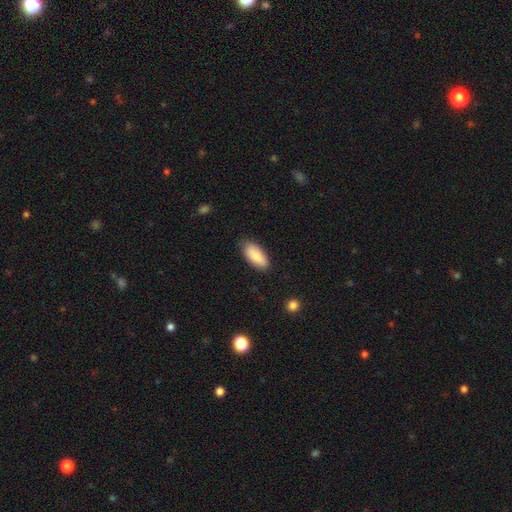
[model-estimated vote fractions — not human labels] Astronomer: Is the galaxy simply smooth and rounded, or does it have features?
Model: smooth — 83%.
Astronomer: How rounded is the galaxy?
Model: in between — 86%.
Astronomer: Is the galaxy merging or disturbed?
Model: none — 83%.